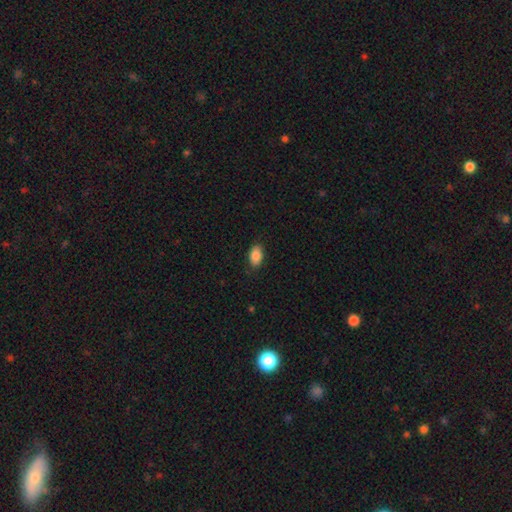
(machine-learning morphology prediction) Overall: smooth (88%). How rounded: in between (91%). Merging: none (85%).